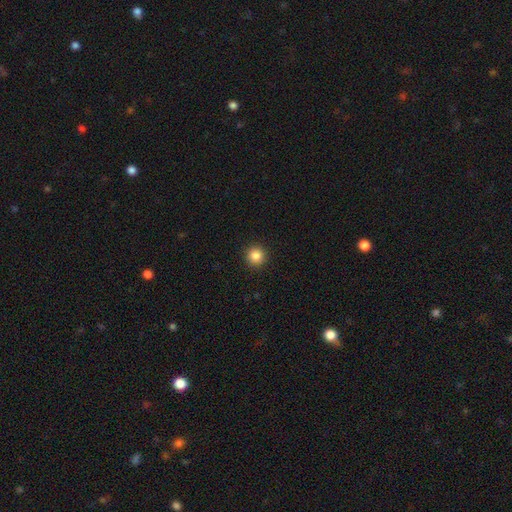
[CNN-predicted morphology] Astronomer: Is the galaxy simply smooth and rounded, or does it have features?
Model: smooth — 85%.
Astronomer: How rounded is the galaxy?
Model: round — 95%.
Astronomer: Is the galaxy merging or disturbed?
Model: none — 92%.